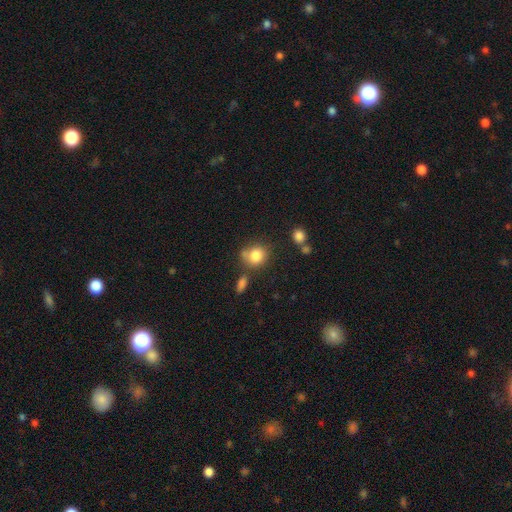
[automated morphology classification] Smooth or featured? Predicted: smooth (p=0.82). How rounded? Predicted: round (p=0.77). Merging? Predicted: none (p=0.61).